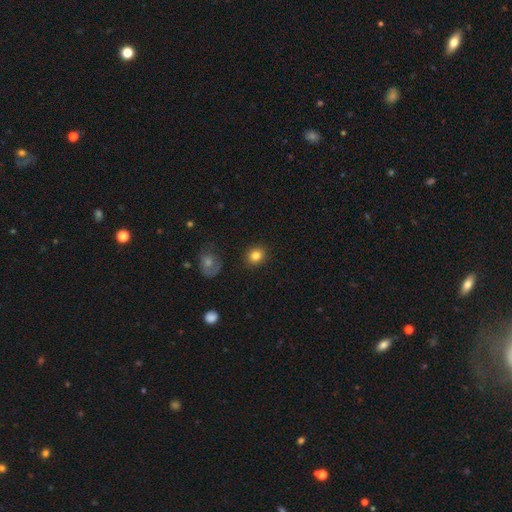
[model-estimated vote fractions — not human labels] Smooth or featured: smooth — 83% (star or artifact — 10%)
How rounded: round — 73% (in between — 26%)
Merging: none — 89% (minor disturbance — 7%)